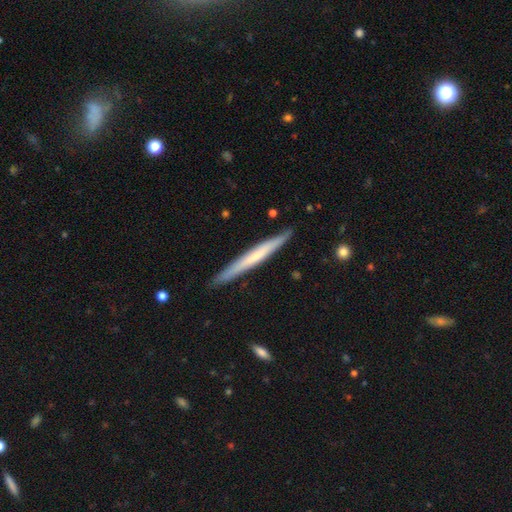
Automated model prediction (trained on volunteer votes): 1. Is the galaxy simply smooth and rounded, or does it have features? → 50% smooth, 45% featured or disk, 5% star or artifact.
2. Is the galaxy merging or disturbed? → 90% none, 8% minor disturbance, 1% major disturbance, 1% merger.